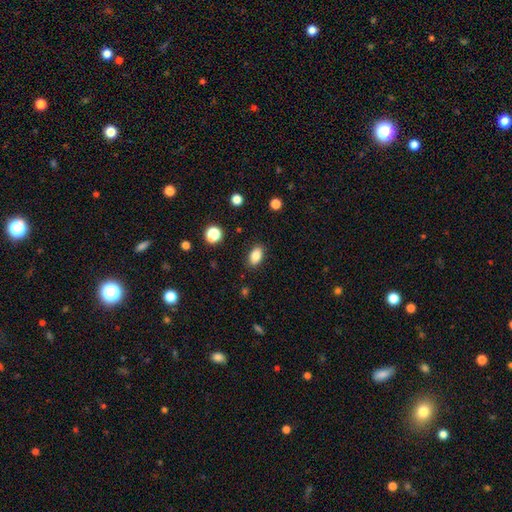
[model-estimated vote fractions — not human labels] smooth_or_featured: smooth (p=0.85) [alt: star or artifact p=0.09]
how_rounded: in between (p=0.89) [alt: round p=0.09]
merging: none (p=0.87) [alt: minor disturbance p=0.09]